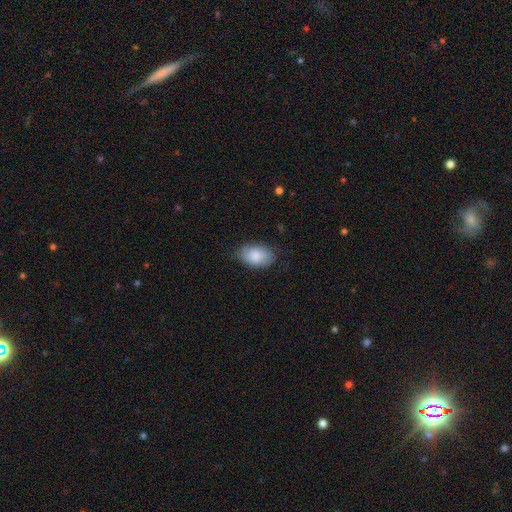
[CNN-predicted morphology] Smooth or featured? smooth (85%)
How rounded? in between (91%)
Merging? none (75%)